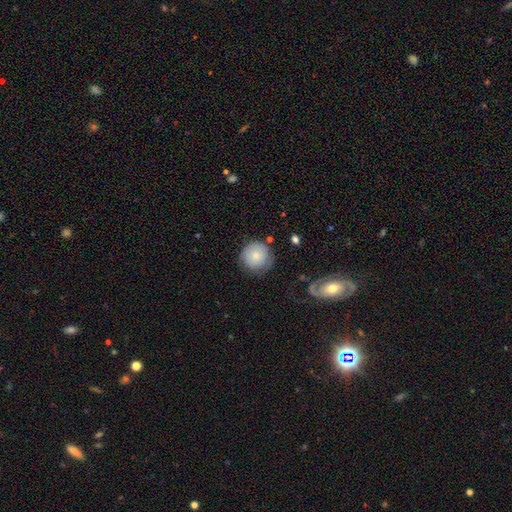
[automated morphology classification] Overall: smooth (77%). How rounded: round (94%). Merging: none (70%).